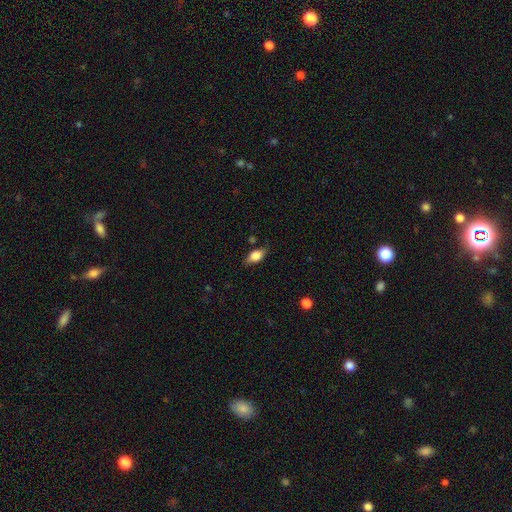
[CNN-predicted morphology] type=smooth (67%); roundness=in between (81%); merging=none (75%).